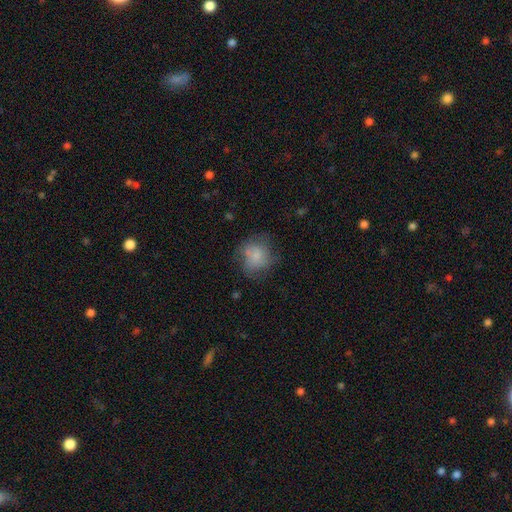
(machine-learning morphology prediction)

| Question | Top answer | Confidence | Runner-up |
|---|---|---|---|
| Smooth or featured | smooth | 69% | featured or disk (22%) |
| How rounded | round | 75% | in between (24%) |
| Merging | none | 52% | minor disturbance (26%) |